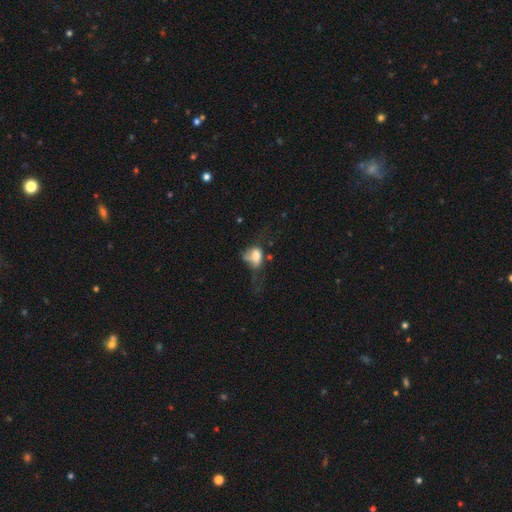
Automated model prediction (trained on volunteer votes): Smooth or featured?
  - smooth: 68% *
  - featured or disk: 22%
  - star or artifact: 10%
How rounded?
  - in between: 70% *
  - round: 28%
  - cigar-shaped: 2%
Merging?
  - major disturbance: 47% *
  - minor disturbance: 23%
  - none: 20%
  - merger: 10%